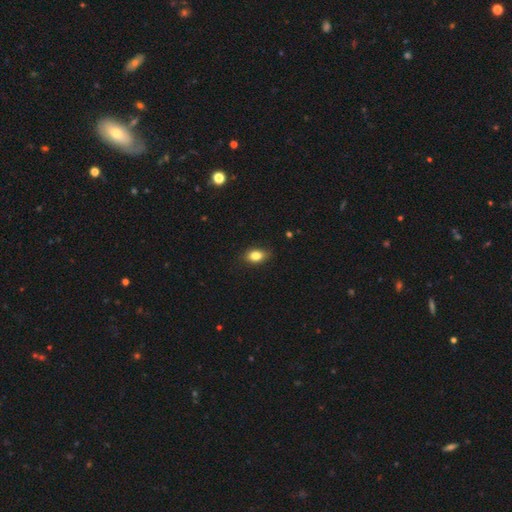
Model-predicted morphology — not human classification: Smooth or featured? smooth (83%)
How rounded? in between (79%)
Merging? none (82%)